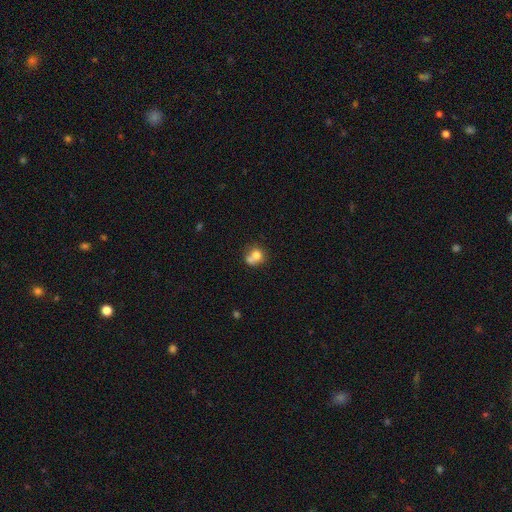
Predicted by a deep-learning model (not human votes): smooth 73%, featured or disk 17%, star or artifact 10%. Down the decision tree: how rounded — round (76%); merging — merger (48%).